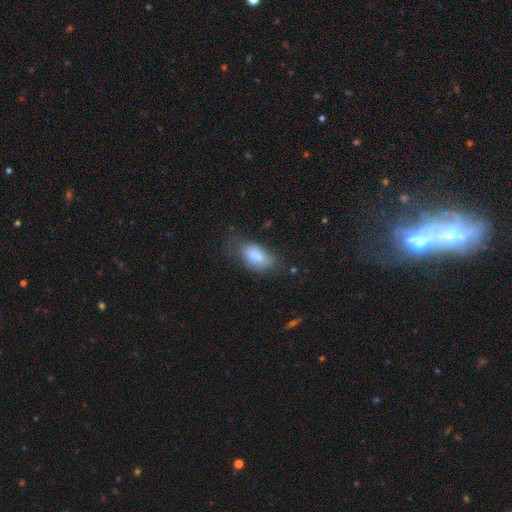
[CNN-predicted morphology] A smooth galaxy with no disk features (81%) that is in between round and cigar-shaped (92%). Merging: none (49%).